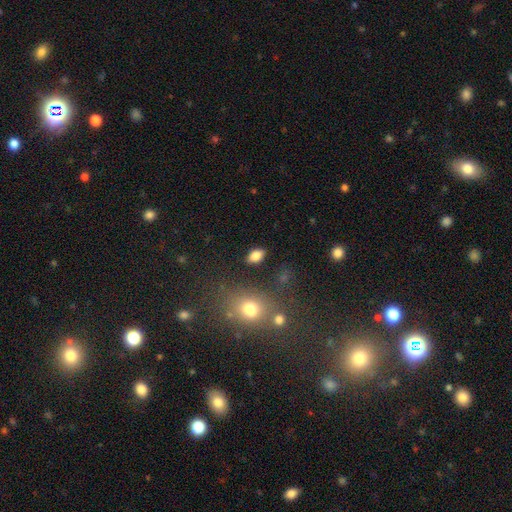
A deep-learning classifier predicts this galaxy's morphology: smooth_or_featured: smooth (p=0.81) [alt: star or artifact p=0.10]
how_rounded: in between (p=0.89) [alt: round p=0.08]
merging: none (p=0.85) [alt: minor disturbance p=0.10]